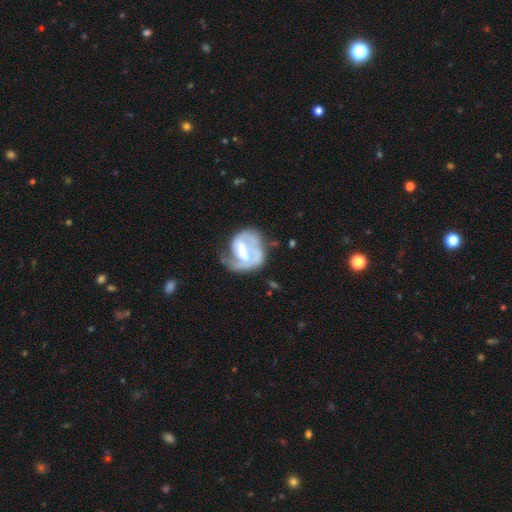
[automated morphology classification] Smooth or featured? featured or disk (74%)
Edge-on disk? no (97%)
Bar? weak (40%)
Spiral arms? yes (74%)
Spiral winding? tight (42%)
Spiral arm count? 2 (43%)
Bulge size? moderate (47%)
Merging? none (42%)